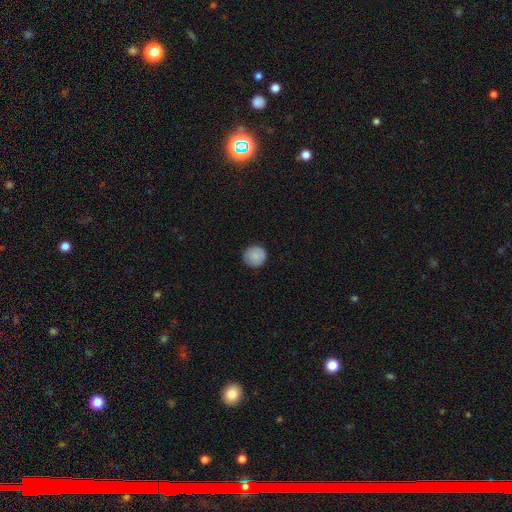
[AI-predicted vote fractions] Q: Smooth or featured?
A: smooth (85%); runner-up: featured or disk (8%)
Q: How rounded?
A: round (94%); runner-up: in between (5%)
Q: Merging?
A: none (89%); runner-up: minor disturbance (8%)